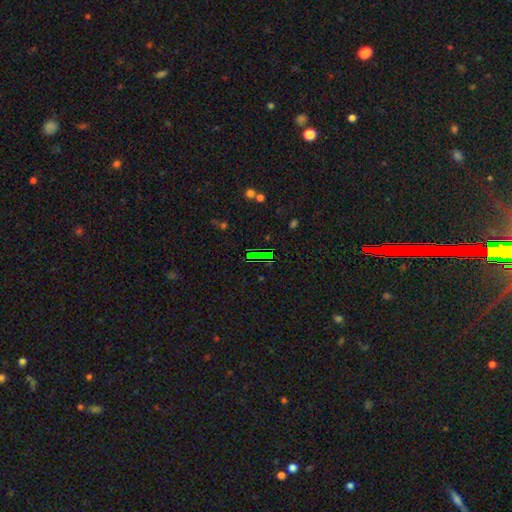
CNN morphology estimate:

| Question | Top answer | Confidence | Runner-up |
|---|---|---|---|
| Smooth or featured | star or artifact | 63% | smooth (21%) |